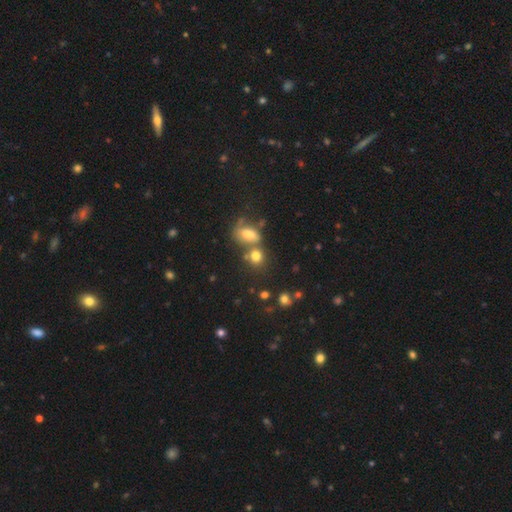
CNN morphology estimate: Overall: smooth (75%). How rounded: round (62%; in between 36%). Merging: none (47%; merger 37%).